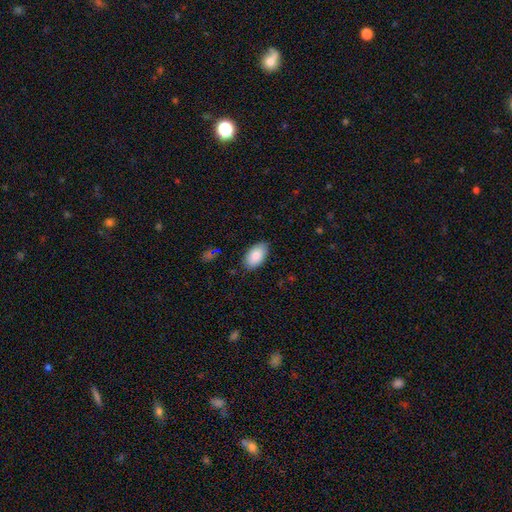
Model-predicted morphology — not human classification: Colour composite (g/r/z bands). It shows a smooth galaxy with no disk features (89%) that is in between round and cigar-shaped (95%). Merging: none (84%).